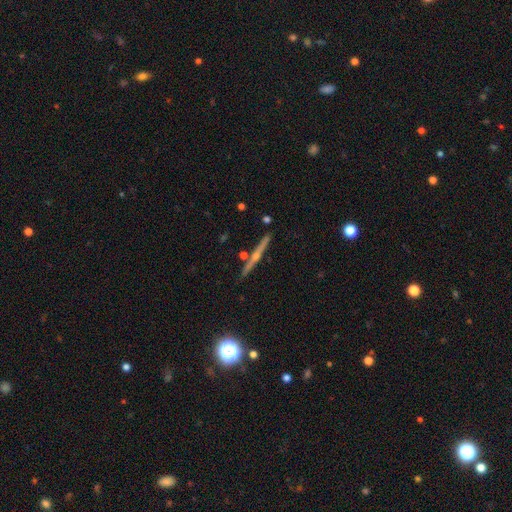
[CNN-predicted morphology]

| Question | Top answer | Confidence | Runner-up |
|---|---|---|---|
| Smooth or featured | featured or disk | 77% | smooth (15%) |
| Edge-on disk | yes | 98% | no (2%) |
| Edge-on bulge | rounded | 82% | none (14%) |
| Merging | none | 89% | minor disturbance (7%) |